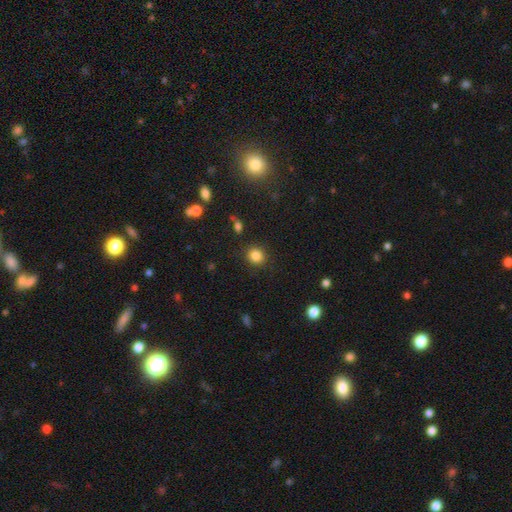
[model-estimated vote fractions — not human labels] smooth 84%, star or artifact 11%, featured or disk 5%. Down the decision tree: how rounded — round (87%); merging — none (89%).